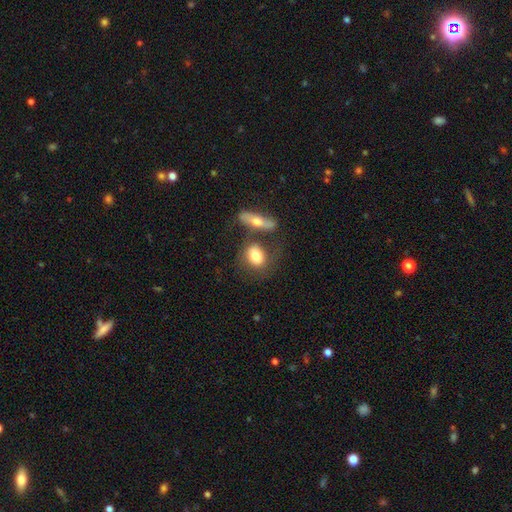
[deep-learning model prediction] smooth 76%, featured or disk 16%, star or artifact 7%. Down the decision tree: how rounded — in between (66%); merging — none (50%).